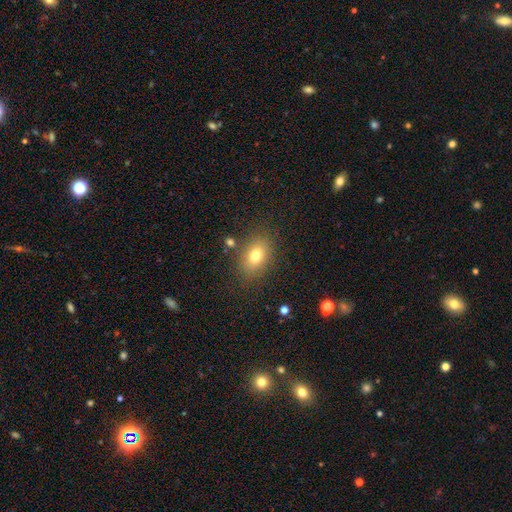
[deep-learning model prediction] smooth_or_featured: smooth (p=0.76) [alt: featured or disk p=0.13]
how_rounded: in between (p=0.80) [alt: round p=0.18]
merging: none (p=0.82) [alt: minor disturbance p=0.11]